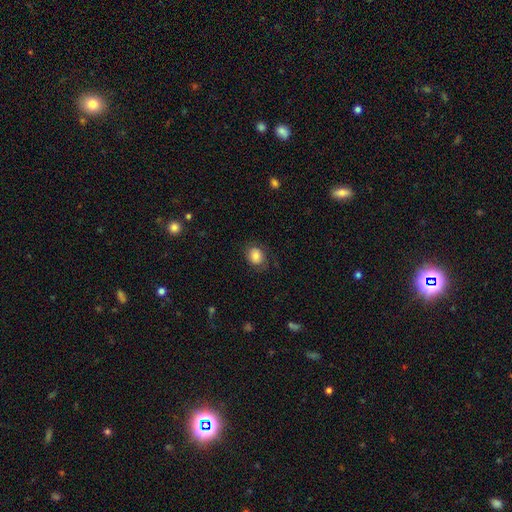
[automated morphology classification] The model was most divided on "how rounded": round: 57%, in between: 42%, cigar-shaped: 1%. More confident: smooth or featured — smooth (77%); merging — none (74%).